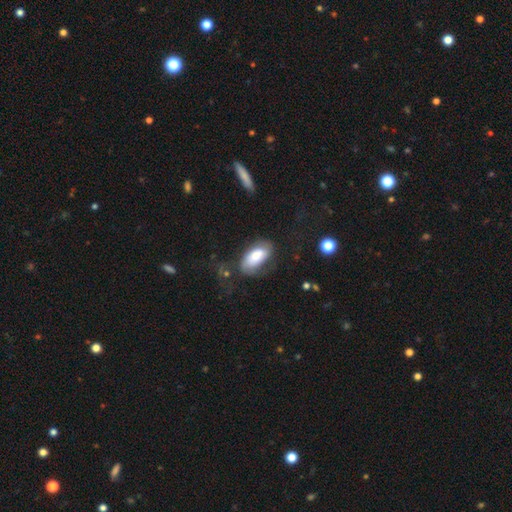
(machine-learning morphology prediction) smooth-or-featured: smooth: 66% | featured or disk: 27% | star or artifact: 7%
  how-rounded: in between: 92% | cigar-shaped: 4% | round: 3%
  merging: none: 52% | minor disturbance: 24% | major disturbance: 20% | merger: 4%